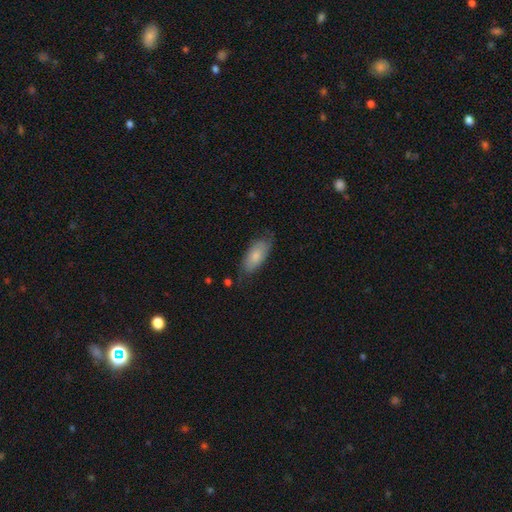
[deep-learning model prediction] smooth-or-featured: smooth: 74% | featured or disk: 21% | star or artifact: 6%
  how-rounded: in between: 88% | cigar-shaped: 10% | round: 2%
  merging: none: 68% | minor disturbance: 24% | major disturbance: 6% | merger: 2%